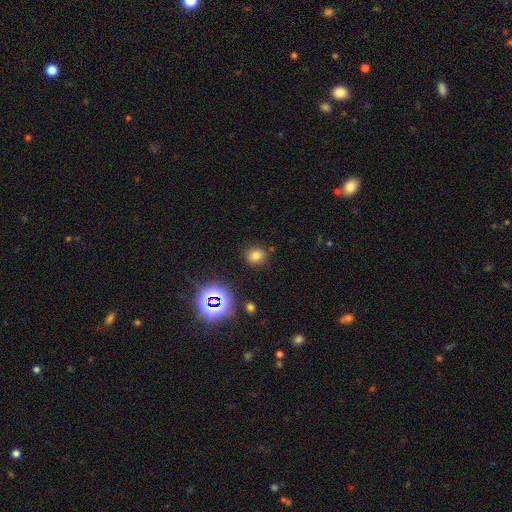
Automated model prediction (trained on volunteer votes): This appears to be a smooth galaxy with no disk features (72%) that is round (81%). Merging: none (87%).